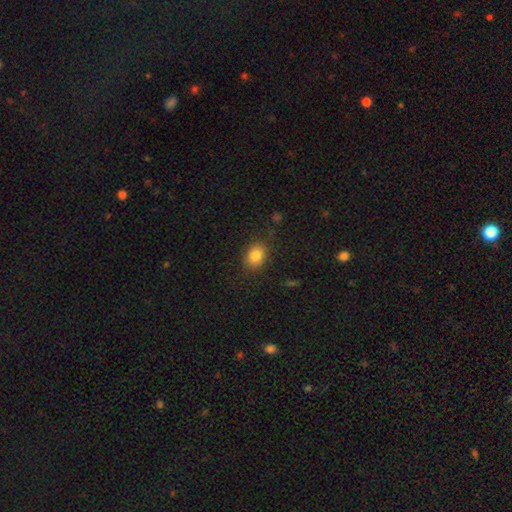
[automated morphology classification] A smooth galaxy with no disk features (83%) that is in between round and cigar-shaped (52%). Merging: none (82%).